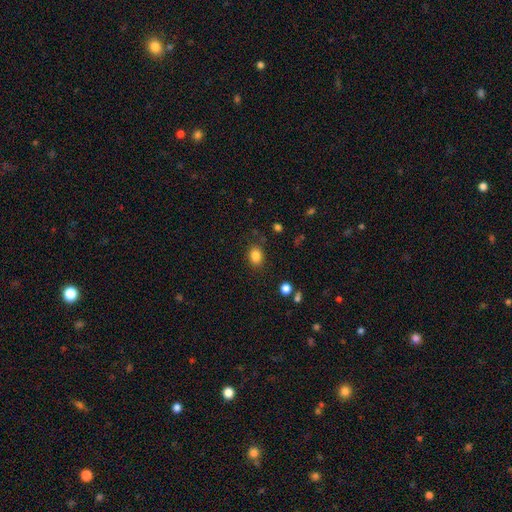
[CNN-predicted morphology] Smooth or featured: smooth — 84% (star or artifact — 10%)
How rounded: in between — 60% (round — 39%)
Merging: none — 82% (minor disturbance — 12%)